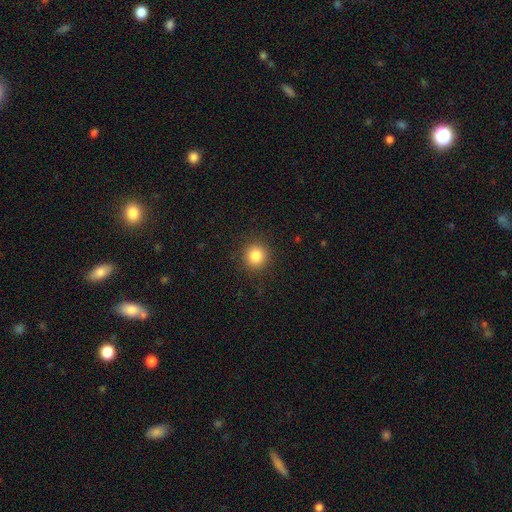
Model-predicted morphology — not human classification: type=smooth (84%); roundness=round (93%); merging=none (90%).